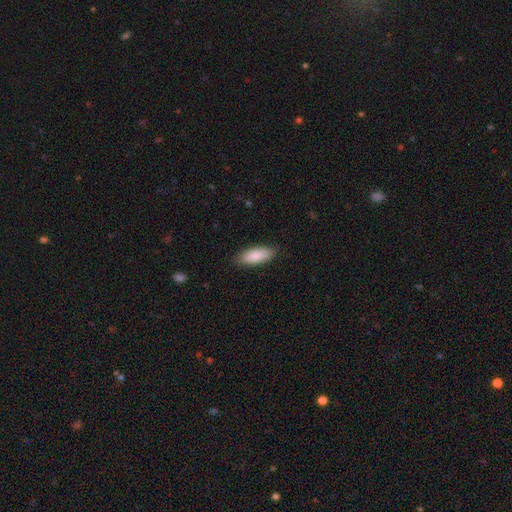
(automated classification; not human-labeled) smooth 88%, featured or disk 7%, star or artifact 5%. Down the decision tree: how rounded — in between (79%); merging — none (86%).